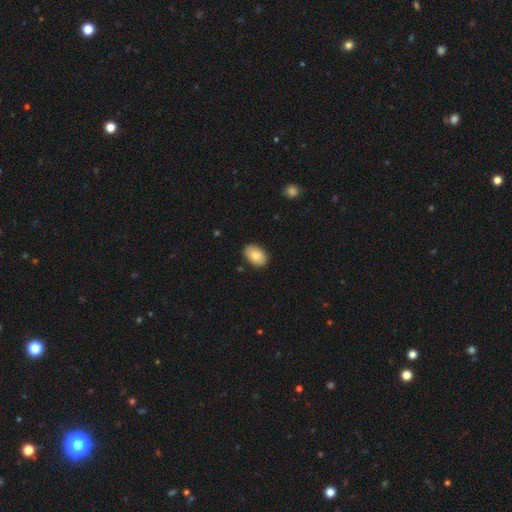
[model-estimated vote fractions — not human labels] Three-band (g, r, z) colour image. It shows a smooth galaxy with no disk features (80%) that is in between round and cigar-shaped (88%). Merging: none (88%).